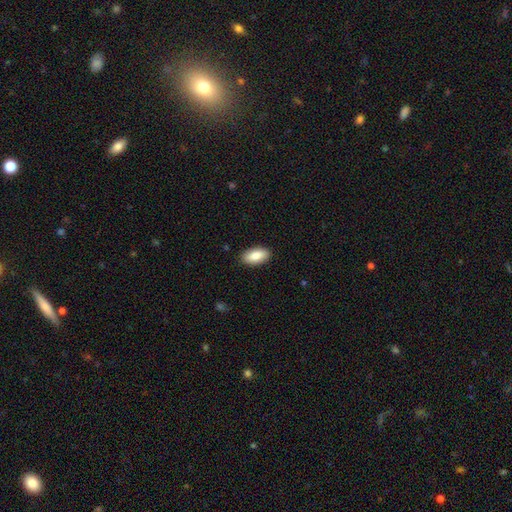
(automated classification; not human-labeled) Overall: smooth (86%). How rounded: in between (92%). Merging: none (89%).